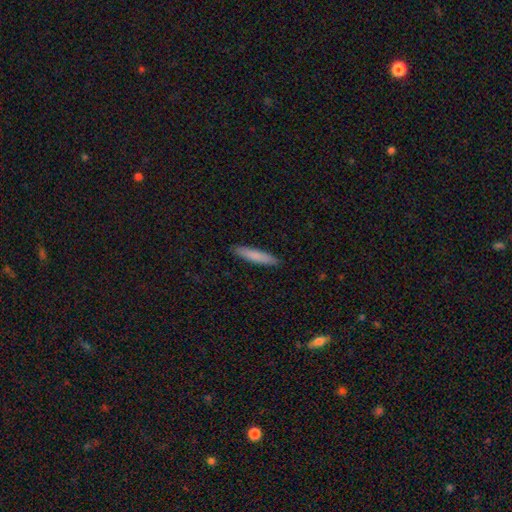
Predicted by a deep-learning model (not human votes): Smooth or featured? Predicted: smooth (p=0.80). How rounded? Predicted: cigar-shaped (p=0.91). Merging? Predicted: none (p=0.91).